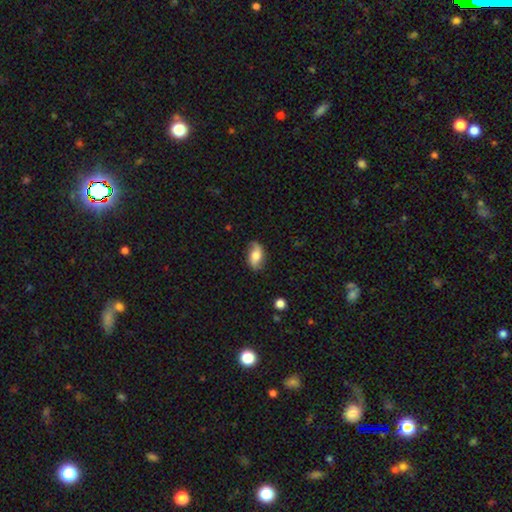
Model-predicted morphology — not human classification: A smooth galaxy with no disk features (51%) that is in between round and cigar-shaped (88%). Merging: none (76%).